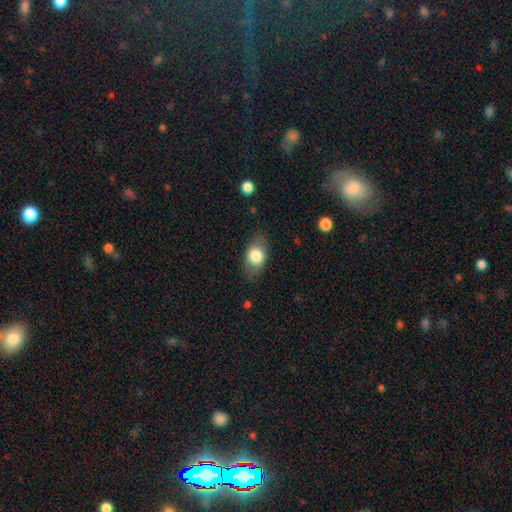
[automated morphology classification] Smooth or featured? Predicted: smooth (p=0.77). How rounded? Predicted: in between (p=0.81). Merging? Predicted: none (p=0.79).